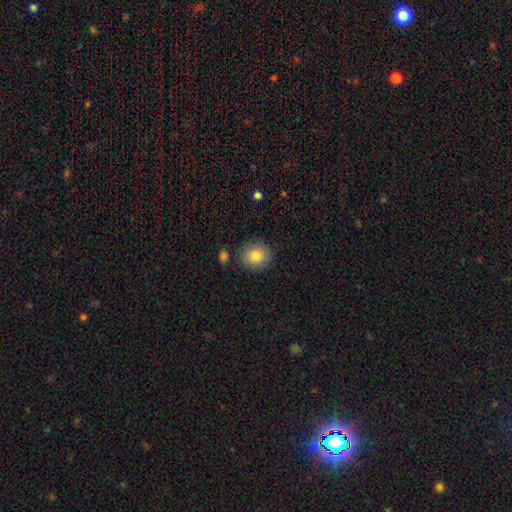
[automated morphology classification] Smooth or featured? smooth (84%)
How rounded? round (82%)
Merging? none (85%)